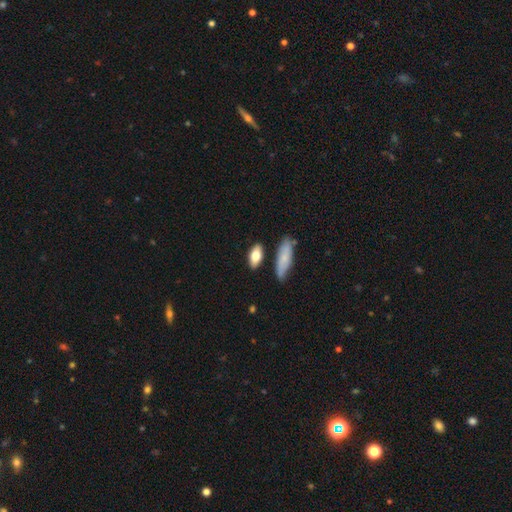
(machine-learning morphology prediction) A smooth galaxy with no disk features (79%) that is in between round and cigar-shaped (83%).

Vote fractions:
- Smooth or featured? smooth: 79% / featured or disk: 15% / star or artifact: 6%
- How rounded? in between: 83% / cigar-shaped: 14% / round: 4%
- Merging? none: 77% / minor disturbance: 14% / merger: 6% / major disturbance: 3%